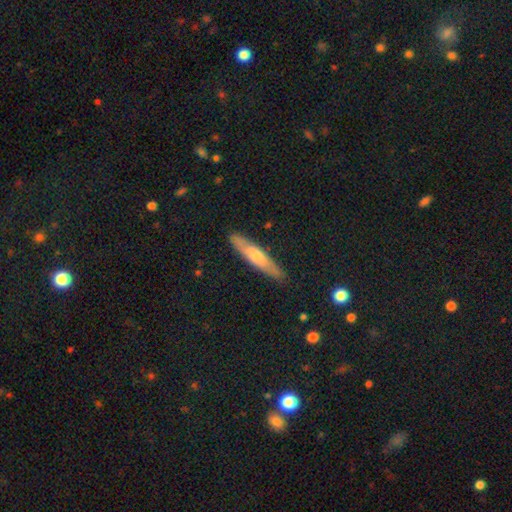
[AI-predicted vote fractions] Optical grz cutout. It shows a smooth galaxy with no disk features (47%). Merging: none (89%).